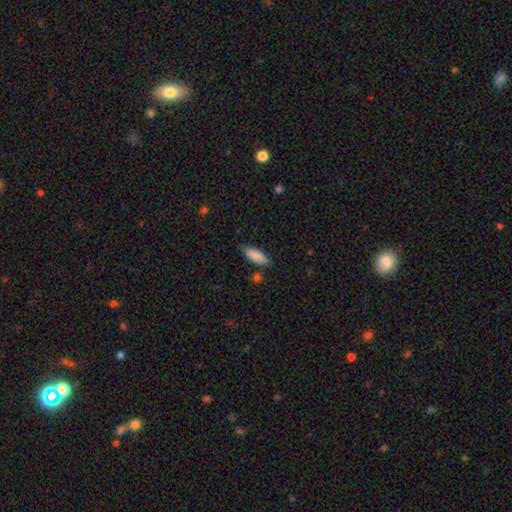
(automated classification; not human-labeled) This appears to be a smooth galaxy with no disk features (87%) that is in between round and cigar-shaped (67%). Merging: none (76%).